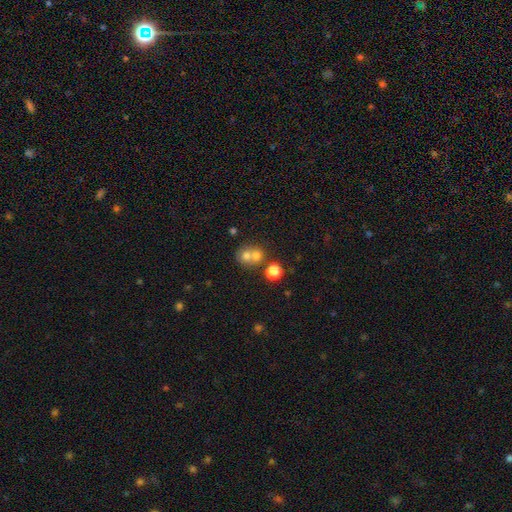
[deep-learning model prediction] The model was most divided on "merging": merger: 57%, none: 33%, minor disturbance: 6%, major disturbance: 3%. More confident: how rounded — round (77%); smooth or featured — smooth (67%).